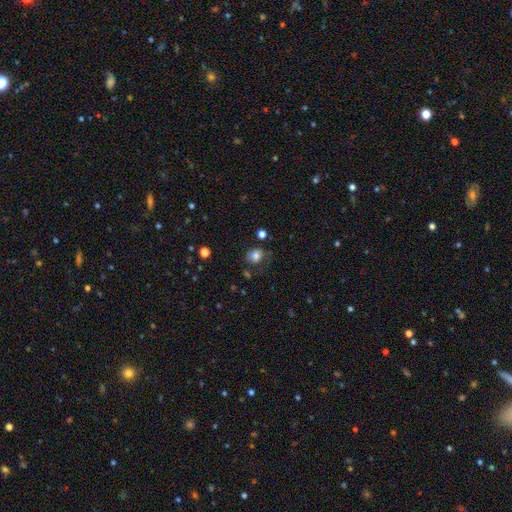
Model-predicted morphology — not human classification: This appears to be a smooth galaxy with no disk features (77%) that is in between round and cigar-shaped (50%). Merging: none (56%).